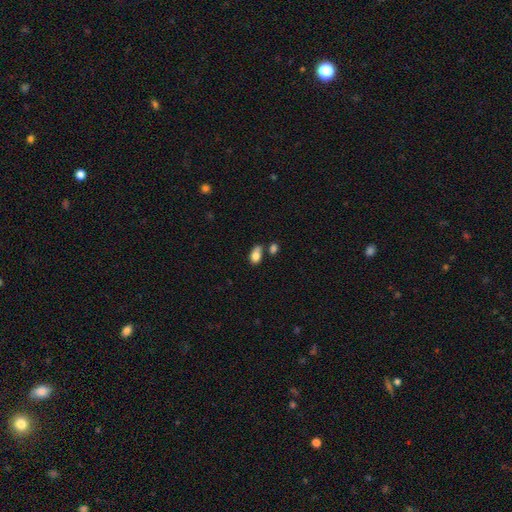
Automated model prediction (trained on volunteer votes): smooth 83%, featured or disk 9%, star or artifact 8%. Down the decision tree: how rounded — in between (88%); merging — none (46%).